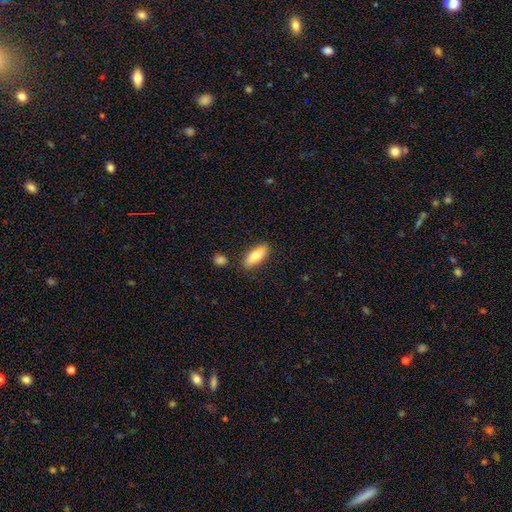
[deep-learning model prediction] Smooth or featured? smooth (76%)
How rounded? in between (81%)
Merging? none (80%)